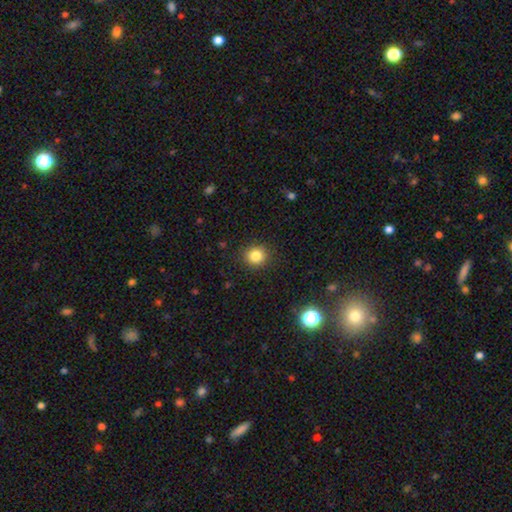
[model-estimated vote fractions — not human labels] smooth_or_featured: smooth (p=0.83) [alt: star or artifact p=0.11]
how_rounded: round (p=0.89) [alt: in between p=0.11]
merging: none (p=0.90) [alt: minor disturbance p=0.07]